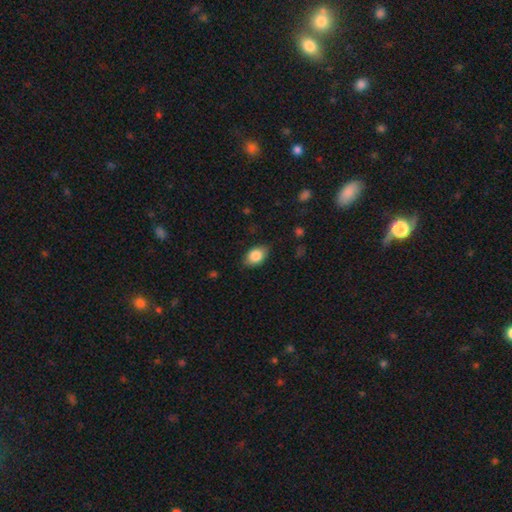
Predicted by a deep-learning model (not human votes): Q: Smooth or featured?
A: smooth (85%); runner-up: featured or disk (8%)
Q: How rounded?
A: in between (86%); runner-up: round (13%)
Q: Merging?
A: none (83%); runner-up: minor disturbance (13%)